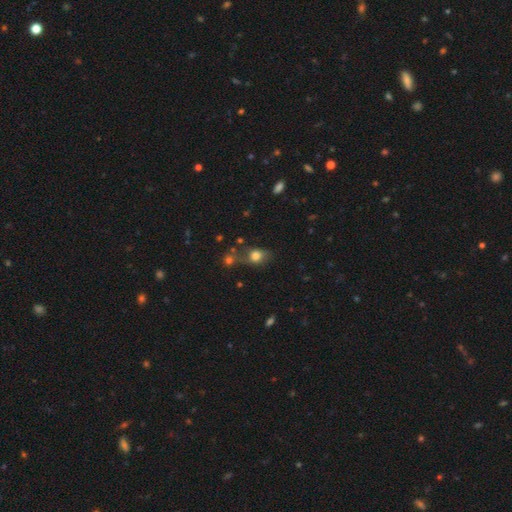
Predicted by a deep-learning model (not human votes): smooth 71%, featured or disk 16%, star or artifact 13%. Down the decision tree: how rounded — in between (54%); merging — none (46%).